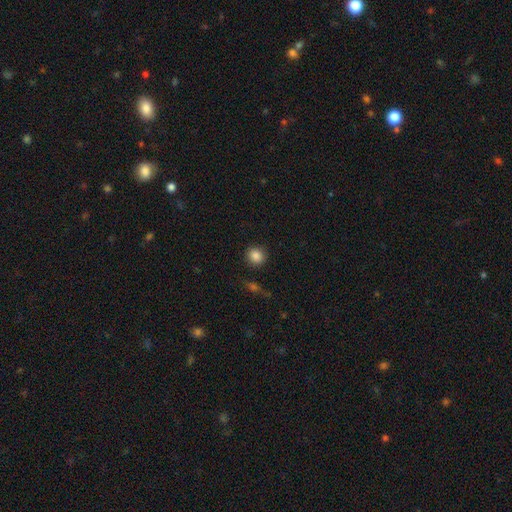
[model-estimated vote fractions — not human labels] The model was most divided on "smooth or featured": smooth: 86%, star or artifact: 10%, featured or disk: 4%. More confident: merging — none (89%); how rounded — round (88%).